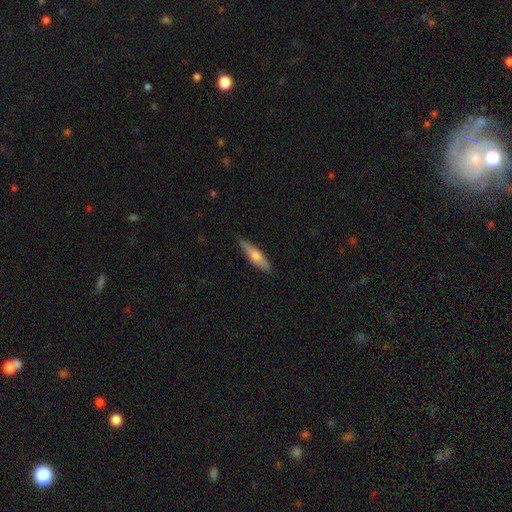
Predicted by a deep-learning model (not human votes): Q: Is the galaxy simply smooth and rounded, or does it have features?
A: smooth — 61%.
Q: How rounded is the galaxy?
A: cigar-shaped — 72%.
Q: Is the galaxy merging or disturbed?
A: none — 85%.